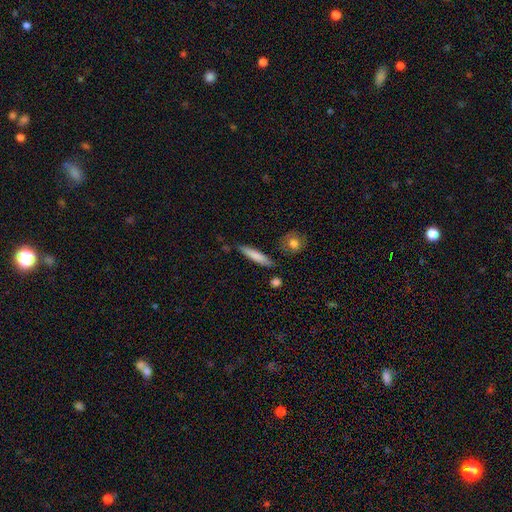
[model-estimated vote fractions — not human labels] Smooth or featured? Predicted: smooth (p=0.78). How rounded? Predicted: cigar-shaped (p=0.87). Merging? Predicted: none (p=0.83).